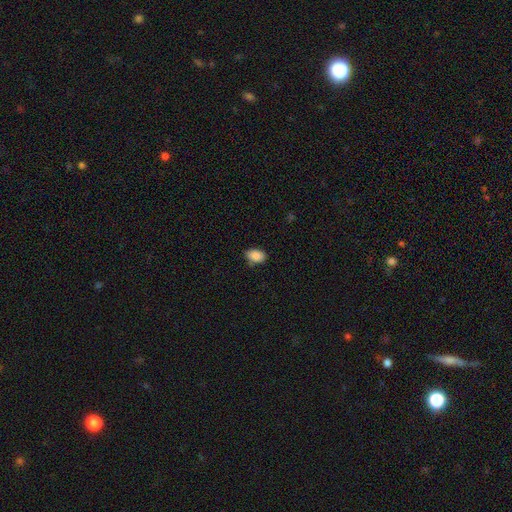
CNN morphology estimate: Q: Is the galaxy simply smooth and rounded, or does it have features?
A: smooth — 87%.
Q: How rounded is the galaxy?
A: in between — 85%.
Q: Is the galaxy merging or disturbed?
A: none — 77%.